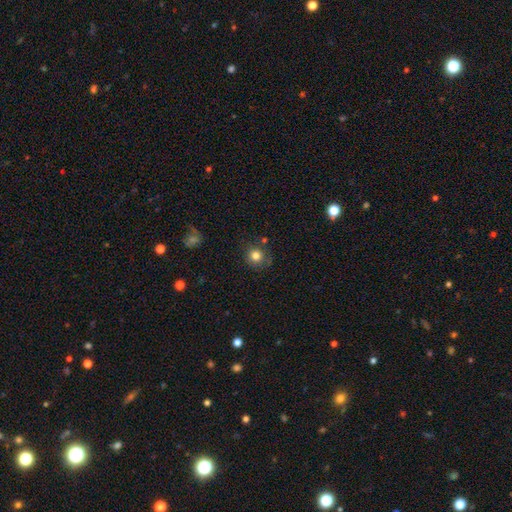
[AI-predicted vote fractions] A smooth galaxy with no disk features (80%) that is round (90%).

Vote fractions:
- Smooth or featured? smooth: 80% / star or artifact: 12% / featured or disk: 8%
- How rounded? round: 90% / in between: 9% / cigar-shaped: 1%
- Merging? none: 78% / minor disturbance: 14% / merger: 5% / major disturbance: 4%